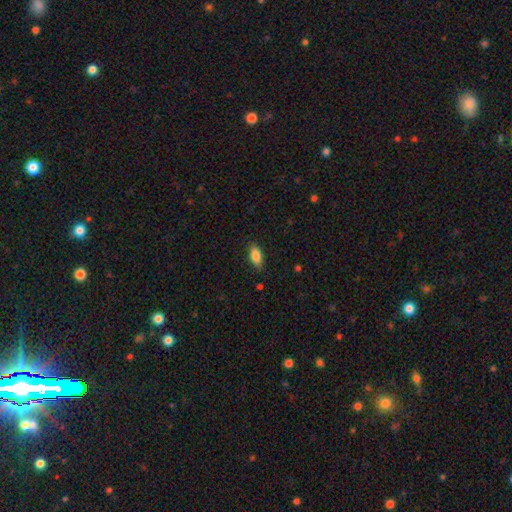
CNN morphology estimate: A smooth galaxy with no disk features (86%) that is in between round and cigar-shaped (86%). Merging: none (83%).